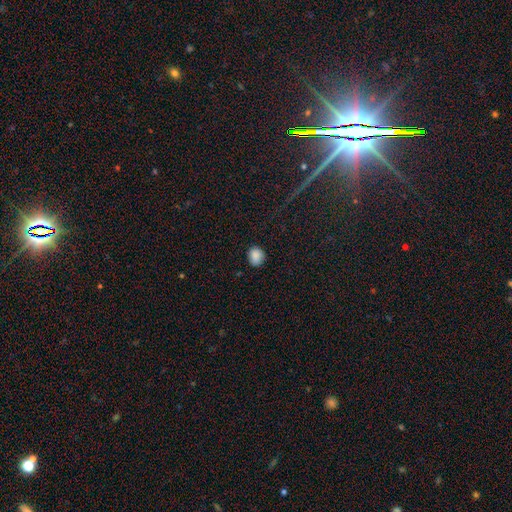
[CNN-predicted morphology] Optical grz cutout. It shows a smooth galaxy with no disk features (87%) that is round (68%). Merging: none (81%).